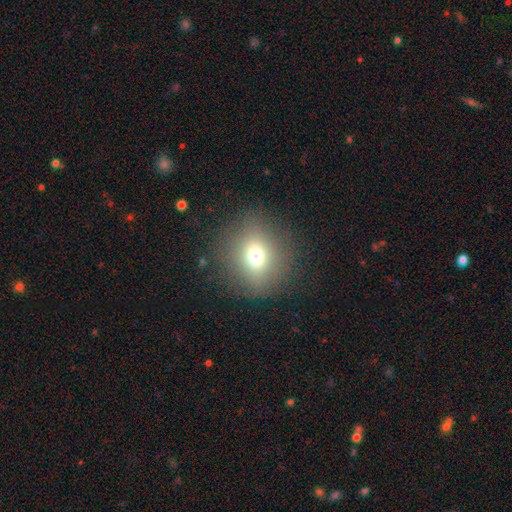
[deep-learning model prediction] Smooth or featured? Predicted: smooth (p=0.70). How rounded? Predicted: round (p=0.80). Merging? Predicted: none (p=0.86).